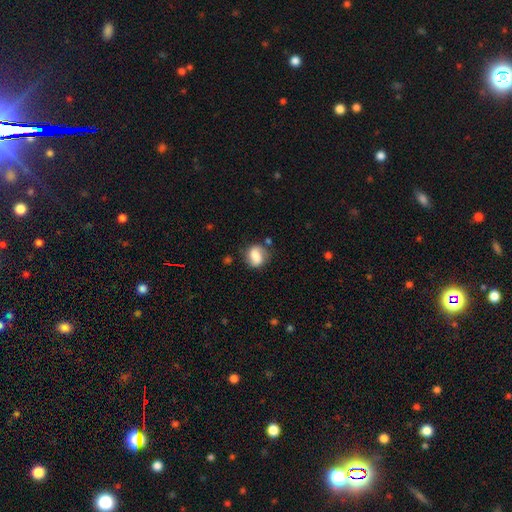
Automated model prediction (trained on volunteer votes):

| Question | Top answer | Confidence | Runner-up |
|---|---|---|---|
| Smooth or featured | smooth | 65% | featured or disk (27%) |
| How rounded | round | 58% | in between (40%) |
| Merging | none | 65% | minor disturbance (22%) |